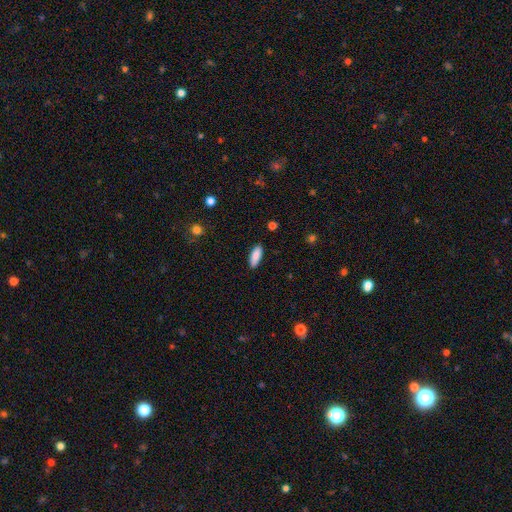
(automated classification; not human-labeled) Morphology: type=smooth (87%); roundness=in between (68%); merging=none (86%).